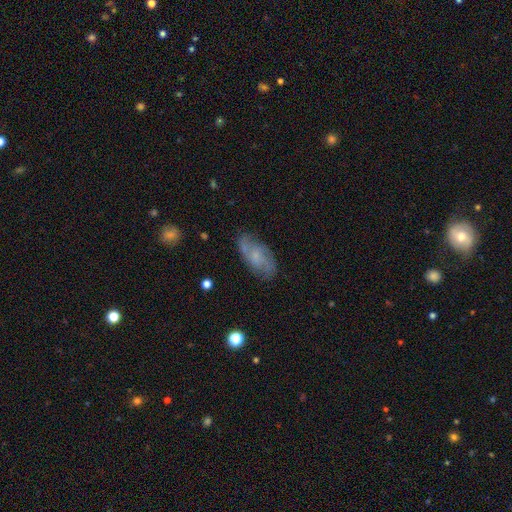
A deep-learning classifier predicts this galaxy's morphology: smooth_or_featured: featured or disk (p=0.59) [alt: smooth p=0.33]
disk_edge_on: no (p=0.93) [alt: yes p=0.07]
bar: no (p=0.62) [alt: weak p=0.33]
has_spiral_arms: yes (p=0.87) [alt: no p=0.13]
bulge_size: small (p=0.49) [alt: none p=0.24]
merging: none (p=0.73) [alt: minor disturbance p=0.19]